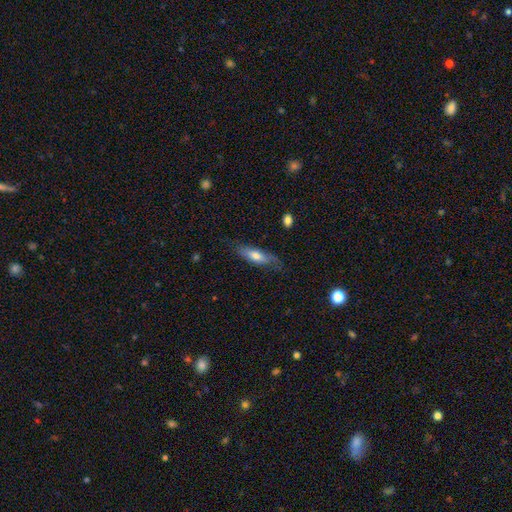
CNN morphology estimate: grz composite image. It shows a smooth galaxy with no disk features (63%) that is in between round and cigar-shaped (51%). Merging: none (65%).